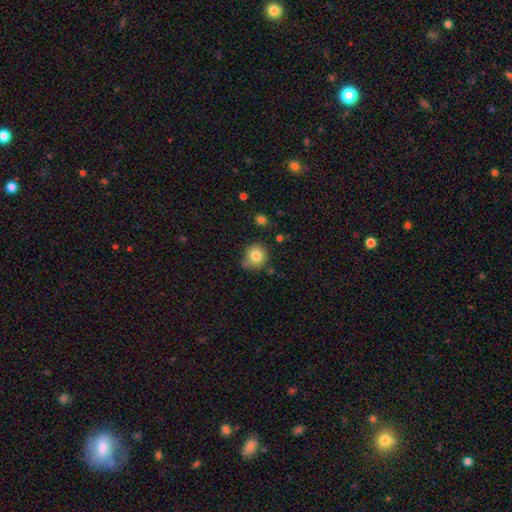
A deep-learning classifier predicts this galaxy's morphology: Smooth or featured? Predicted: smooth (p=0.81). How rounded? Predicted: round (p=0.89). Merging? Predicted: none (p=0.76).